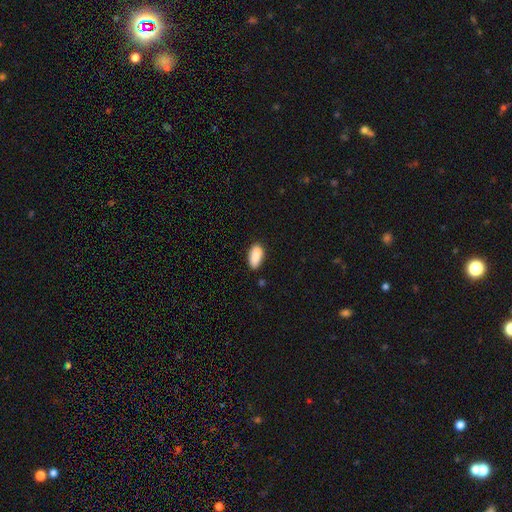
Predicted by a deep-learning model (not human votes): smooth_or_featured: smooth (p=0.89) [alt: star or artifact p=0.07]
how_rounded: in between (p=0.89) [alt: cigar-shaped p=0.08]
merging: none (p=0.81) [alt: minor disturbance p=0.14]